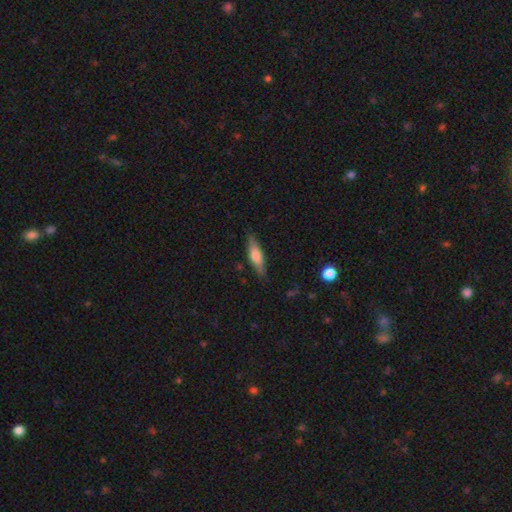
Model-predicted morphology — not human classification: Smooth or featured? smooth (51%)
How rounded? cigar-shaped (66%)
Merging? none (85%)